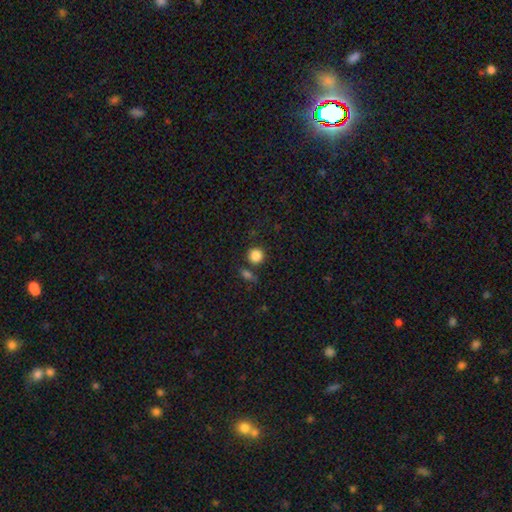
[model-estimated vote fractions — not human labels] This appears to be a smooth galaxy with no disk features (85%) that is round (92%). Merging: none (77%).